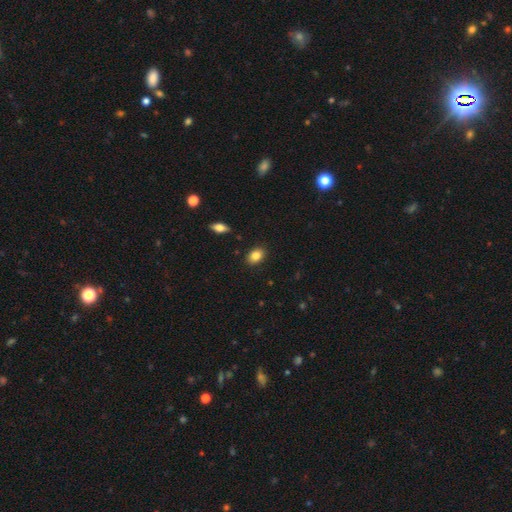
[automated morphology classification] type=smooth (84%); roundness=in between (80%); merging=none (88%).